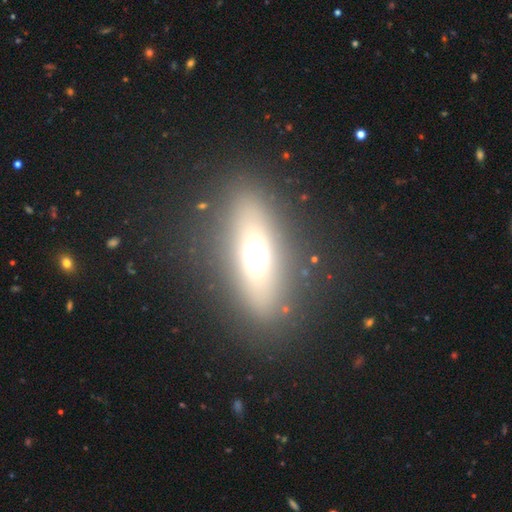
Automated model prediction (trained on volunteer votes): smooth 49%, featured or disk 33%, star or artifact 18%. Down the decision tree: merging — none (85%).